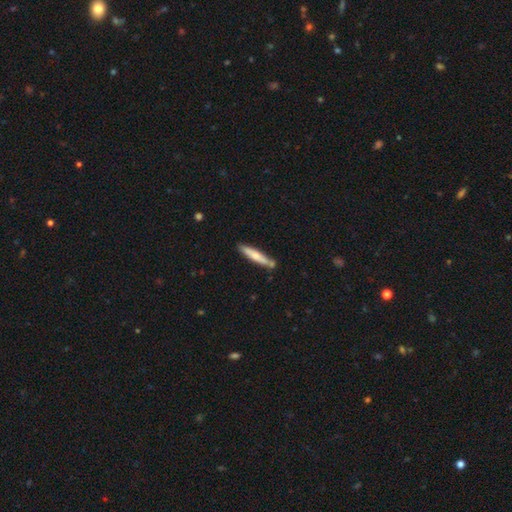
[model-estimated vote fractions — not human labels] The model was most divided on "smooth or featured": smooth: 60%, featured or disk: 35%, star or artifact: 5%. More confident: how rounded — cigar-shaped (91%); merging — none (75%).